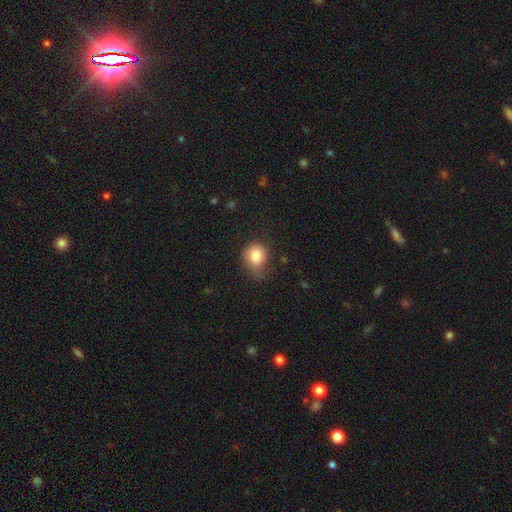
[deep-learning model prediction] This appears to be a smooth galaxy with no disk features (83%) that is round (67%). Merging: none (52%).